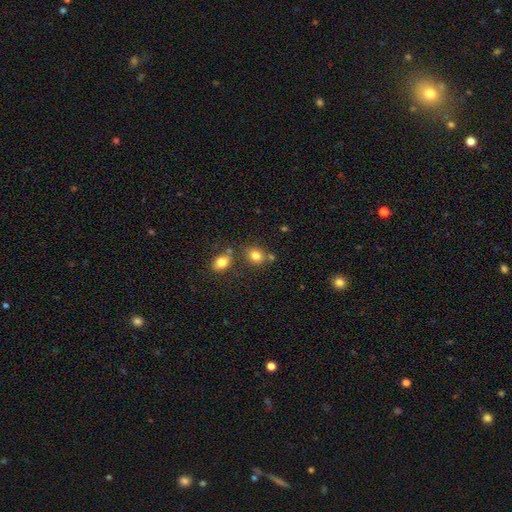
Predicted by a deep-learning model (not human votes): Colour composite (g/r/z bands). It shows a smooth galaxy with no disk features (80%) that is round (57%). Merging: none (66%).